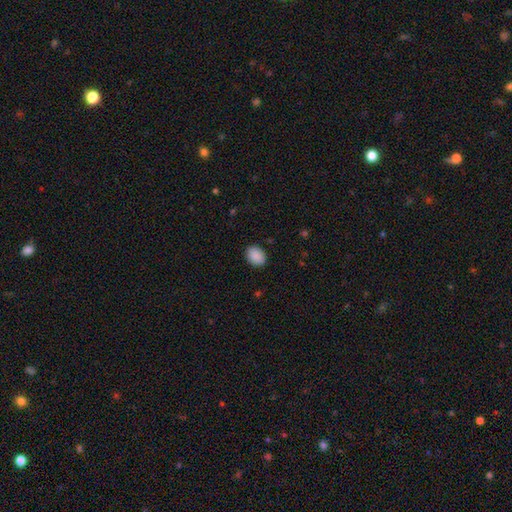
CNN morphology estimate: This appears to be a smooth galaxy with no disk features (90%) that is in between round and cigar-shaped (65%). Merging: none (88%).